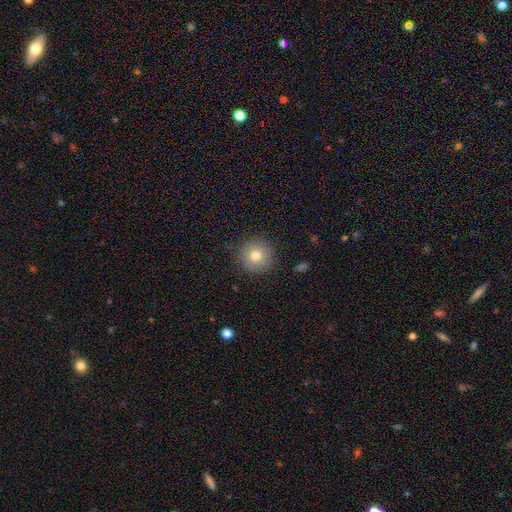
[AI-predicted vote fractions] smooth_or_featured: smooth (p=0.77) [alt: featured or disk p=0.12]
how_rounded: round (p=0.95) [alt: in between p=0.04]
merging: none (p=0.87) [alt: minor disturbance p=0.09]